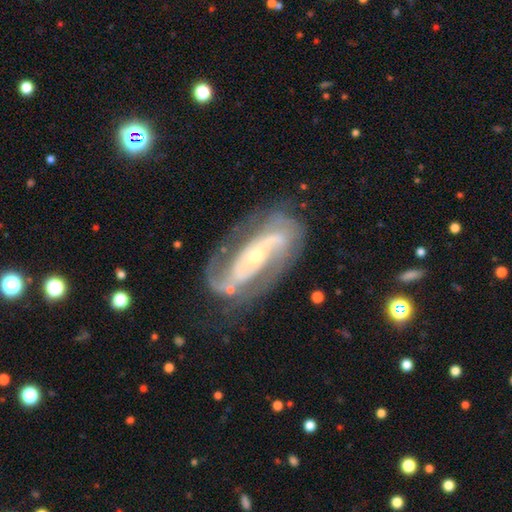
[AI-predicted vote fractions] Overall: featured or disk (86%). Edge-on disk: no (93%). Bar: no (43%; strong 31%). Spiral arms: yes (92%). Spiral arm count: 2 (76%). Spiral winding: medium (42%; tight 39%). Bulge size: small (68%). Merging: none (67%).